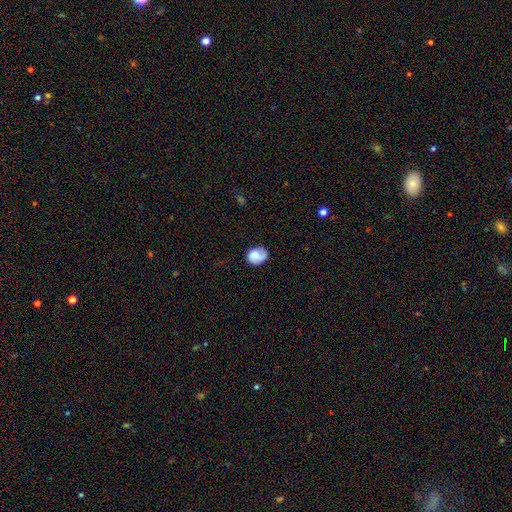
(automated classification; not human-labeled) Q: Smooth or featured?
A: smooth (56%); runner-up: featured or disk (36%)
Q: How rounded?
A: round (58%); runner-up: in between (41%)
Q: Merging?
A: none (67%); runner-up: minor disturbance (23%)